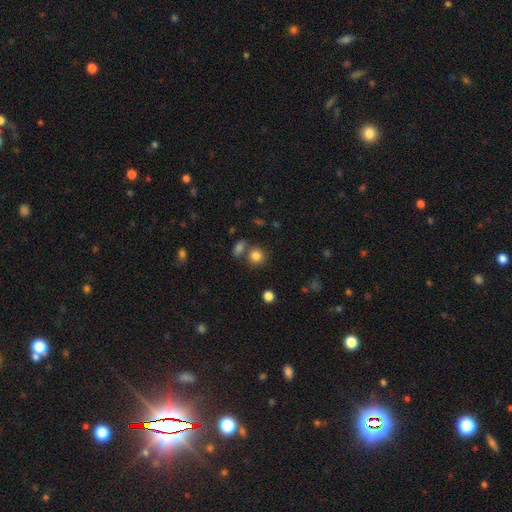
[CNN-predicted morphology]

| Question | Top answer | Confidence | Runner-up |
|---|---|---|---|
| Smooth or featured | smooth | 83% | star or artifact (11%) |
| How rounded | round | 84% | in between (15%) |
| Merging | none | 67% | merger (20%) |